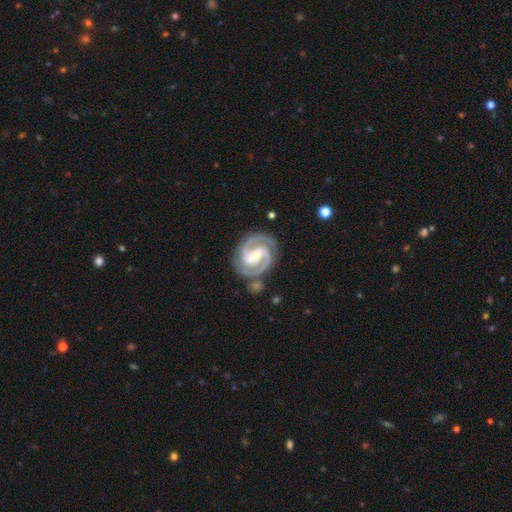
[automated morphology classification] Smooth or featured: featured or disk — 93% (star or artifact — 4%)
Edge-on disk: no — 98% (yes — 2%)
Bar: strong — 48% (weak — 36%)
Spiral arms: yes — 99% (no — 1%)
Spiral winding: tight — 54% (medium — 43%)
Spiral arm count: 2 — 90% (3 — 5%)
Bulge size: small — 56% (moderate — 39%)
Merging: none — 82% (minor disturbance — 12%)